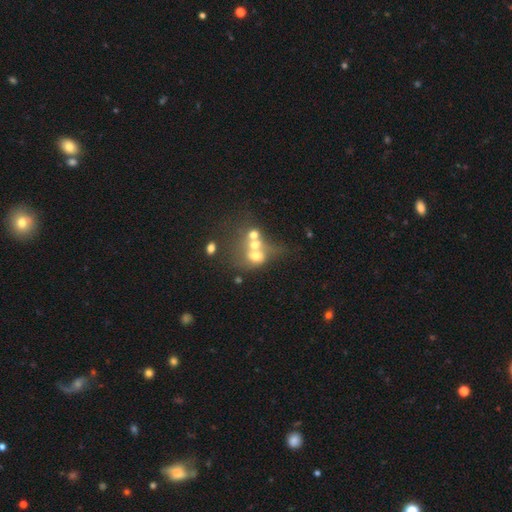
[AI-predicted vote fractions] smooth 53%, featured or disk 32%, star or artifact 15%. Down the decision tree: how rounded — round (58%); merging — merger (62%).